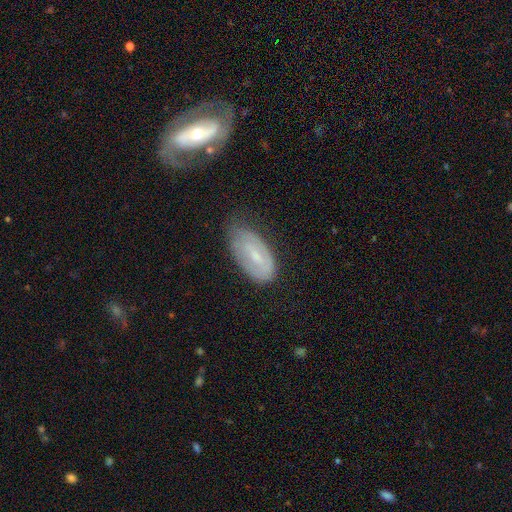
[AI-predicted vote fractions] Smooth or featured?
  - featured or disk: 52% *
  - smooth: 39%
  - star or artifact: 9%
Edge-on disk?
  - no: 90% *
  - yes: 10%
Merging?
  - none: 59% *
  - minor disturbance: 27%
  - major disturbance: 10%
  - merger: 3%